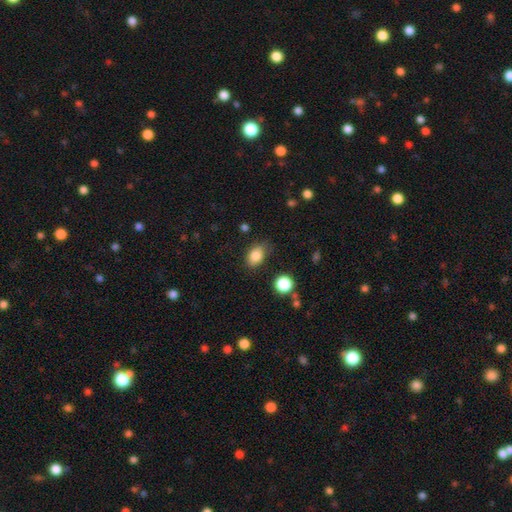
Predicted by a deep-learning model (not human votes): smooth_or_featured: smooth (p=0.84) [alt: star or artifact p=0.09]
how_rounded: in between (p=0.80) [alt: round p=0.18]
merging: none (p=0.73) [alt: minor disturbance p=0.20]